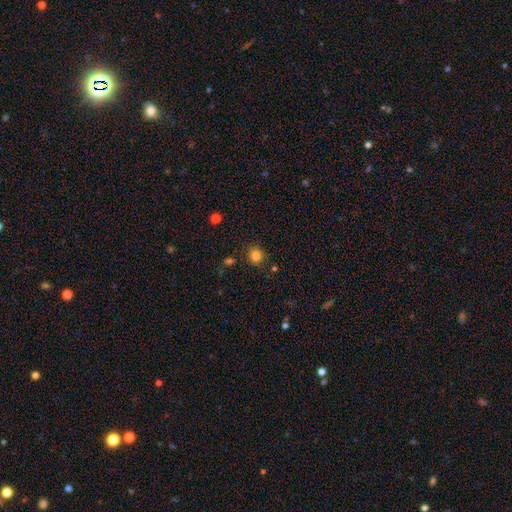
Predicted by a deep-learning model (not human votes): Q: Smooth or featured?
A: smooth (83%); runner-up: star or artifact (12%)
Q: How rounded?
A: round (85%); runner-up: in between (14%)
Q: Merging?
A: none (85%); runner-up: minor disturbance (9%)